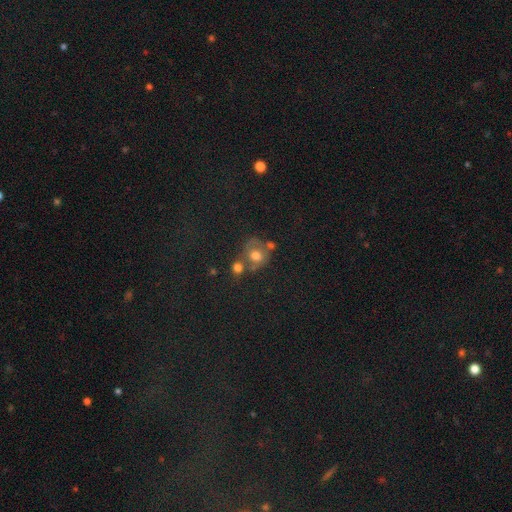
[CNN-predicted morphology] smooth_or_featured: smooth (p=0.61) [alt: featured or disk p=0.21]
how_rounded: round (p=0.75) [alt: in between p=0.24]
merging: none (p=0.45) [alt: merger p=0.32]